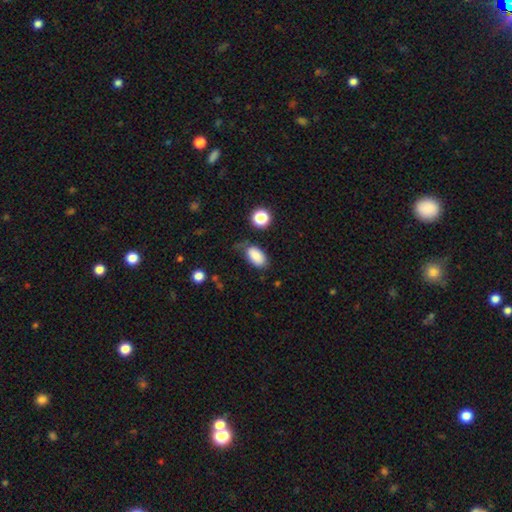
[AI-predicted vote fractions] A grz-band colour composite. It shows a smooth galaxy with no disk features (85%) that is in between round and cigar-shaped (92%). Merging: none (59%).